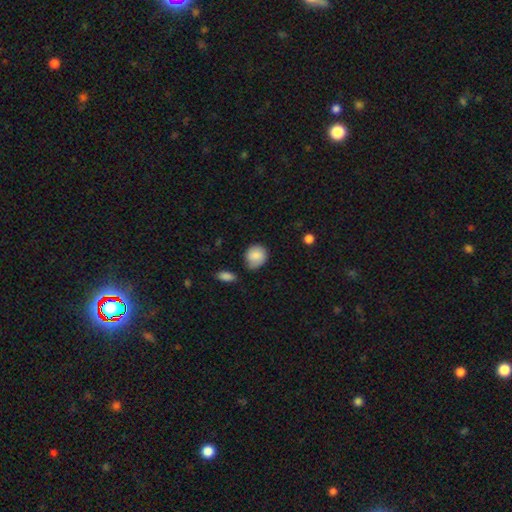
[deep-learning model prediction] This is clearly a smooth galaxy (83%). How rounded: likely round (72%). Merging: likely none (60%).